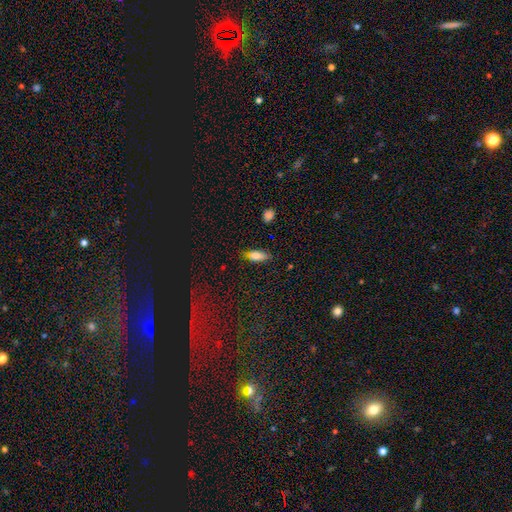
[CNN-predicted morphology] Overall: smooth (81%). How rounded: in between (73%). Merging: none (76%).